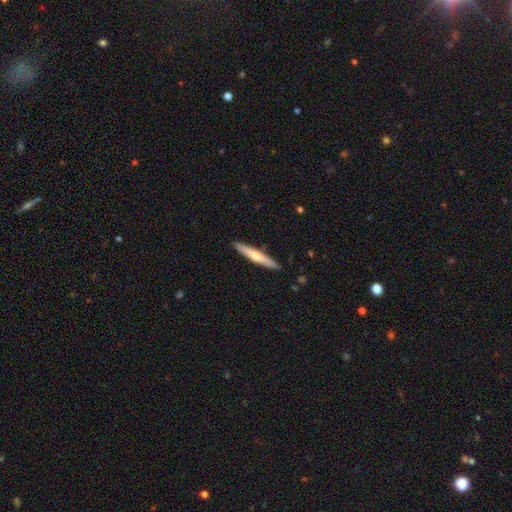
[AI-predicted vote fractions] Smooth or featured?
  - smooth: 52% *
  - featured or disk: 43%
  - star or artifact: 5%
How rounded?
  - cigar-shaped: 93% *
  - in between: 5%
  - round: 1%
Merging?
  - none: 90% *
  - minor disturbance: 7%
  - major disturbance: 1%
  - merger: 1%